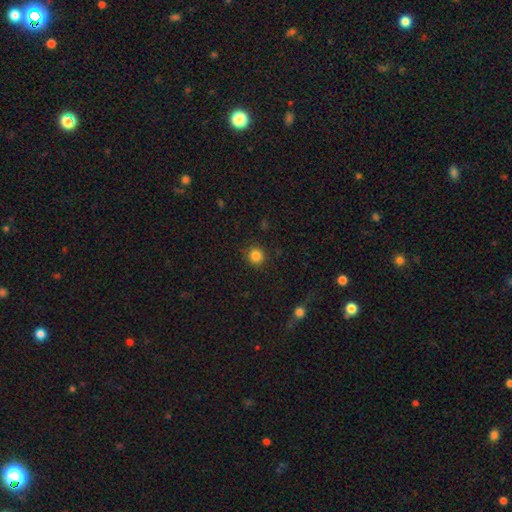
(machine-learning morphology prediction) Q: Smooth or featured?
A: smooth (84%); runner-up: star or artifact (12%)
Q: How rounded?
A: round (93%); runner-up: in between (6%)
Q: Merging?
A: none (91%); runner-up: minor disturbance (6%)